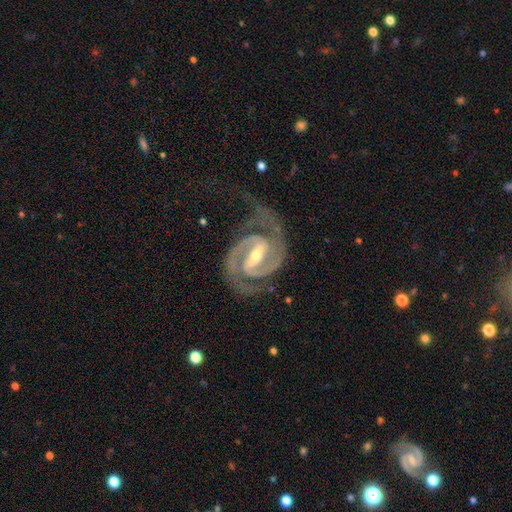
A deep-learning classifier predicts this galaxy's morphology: Smooth or featured: featured or disk — 94% (star or artifact — 4%)
Edge-on disk: no — 98% (yes — 2%)
Bar: strong — 66% (weak — 27%)
Spiral arms: yes — 99% (no — 1%)
Spiral winding: tight — 49% (medium — 44%)
Spiral arm count: 2 — 92% (3 — 2%)
Bulge size: small — 50% (moderate — 46%)
Merging: none — 65% (minor disturbance — 18%)